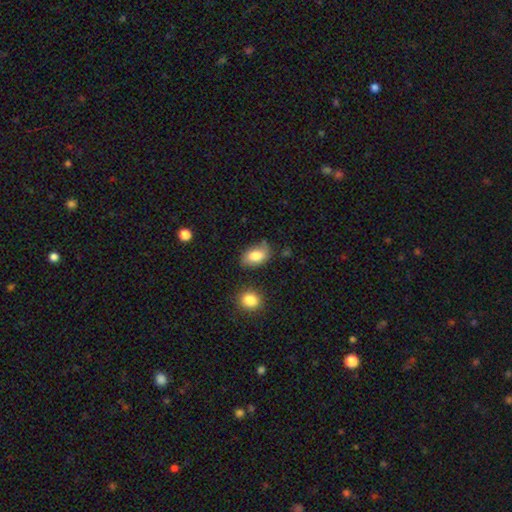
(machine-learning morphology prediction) Overall: smooth (82%). How rounded: in between (90%). Merging: none (68%).